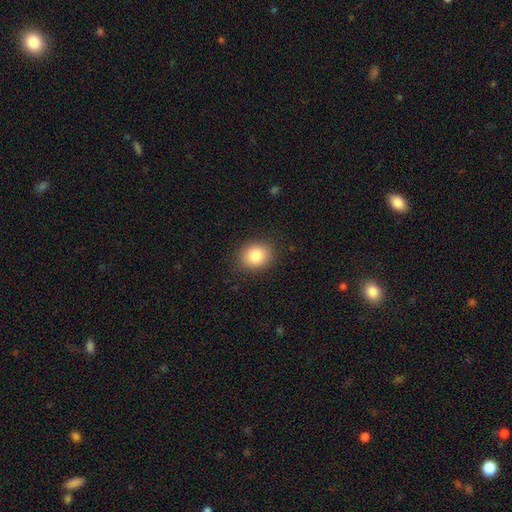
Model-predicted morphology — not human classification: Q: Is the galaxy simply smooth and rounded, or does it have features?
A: smooth — 83%.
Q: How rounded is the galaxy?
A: round — 62%.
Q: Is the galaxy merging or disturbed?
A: none — 88%.